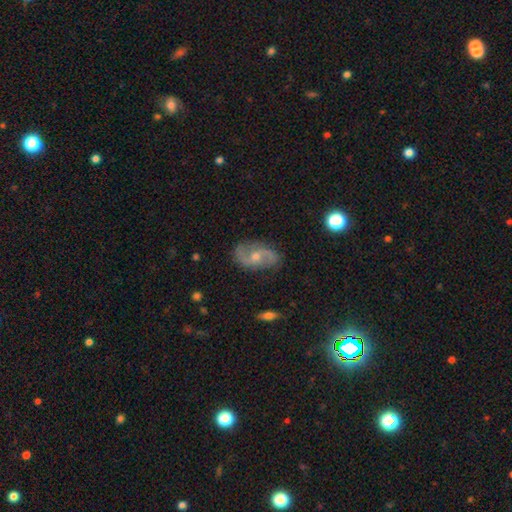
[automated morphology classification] Smooth or featured? Predicted: featured or disk (p=0.80). Edge-on disk? Predicted: no (p=0.96). Bar? Predicted: no (p=0.53). Spiral arms? Predicted: yes (p=0.93). Spiral winding? Predicted: medium (p=0.42). Spiral arm count? Predicted: 2 (p=0.90). Bulge size? Predicted: moderate (p=0.51). Merging? Predicted: none (p=0.81).